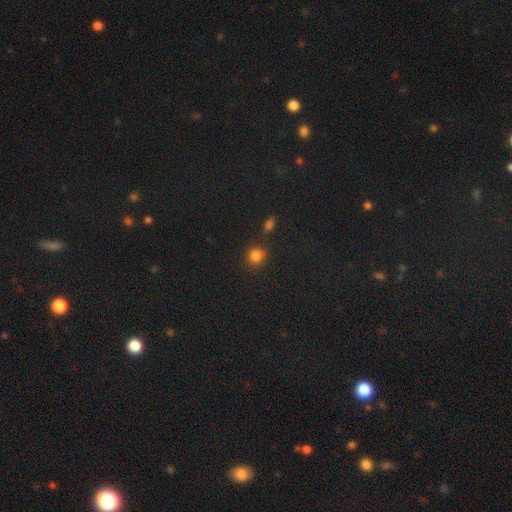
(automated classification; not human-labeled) smooth-or-featured: smooth: 80% | star or artifact: 15% | featured or disk: 5%
  how-rounded: round: 85% | in between: 14% | cigar-shaped: 1%
  merging: none: 78% | minor disturbance: 11% | merger: 7% | major disturbance: 4%